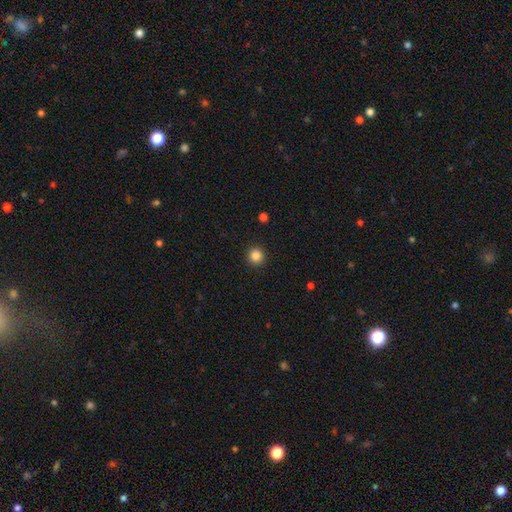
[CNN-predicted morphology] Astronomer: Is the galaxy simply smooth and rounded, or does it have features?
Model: smooth — 85%.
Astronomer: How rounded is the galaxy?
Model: round — 95%.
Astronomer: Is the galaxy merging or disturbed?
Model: none — 93%.